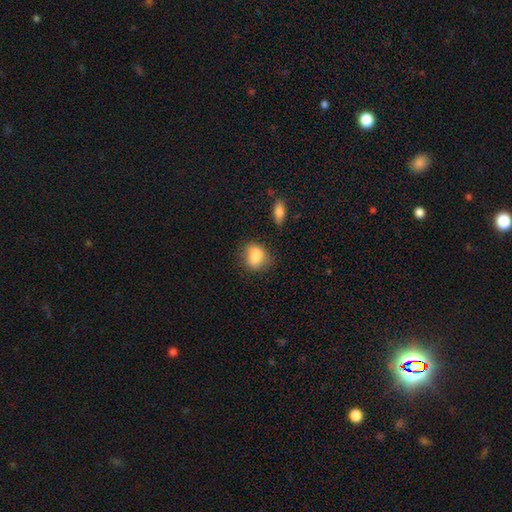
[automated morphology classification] Smooth or featured? Predicted: smooth (p=0.82). How rounded? Predicted: in between (p=0.59). Merging? Predicted: none (p=0.61).